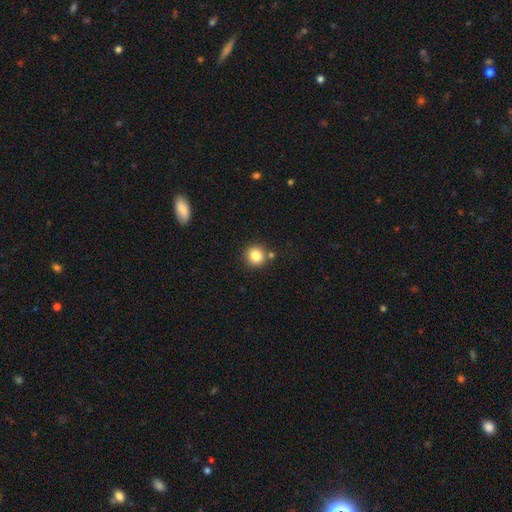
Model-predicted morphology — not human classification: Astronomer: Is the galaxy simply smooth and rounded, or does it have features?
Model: smooth — 83%.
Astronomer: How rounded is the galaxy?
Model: round — 93%.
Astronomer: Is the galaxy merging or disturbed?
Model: none — 82%.